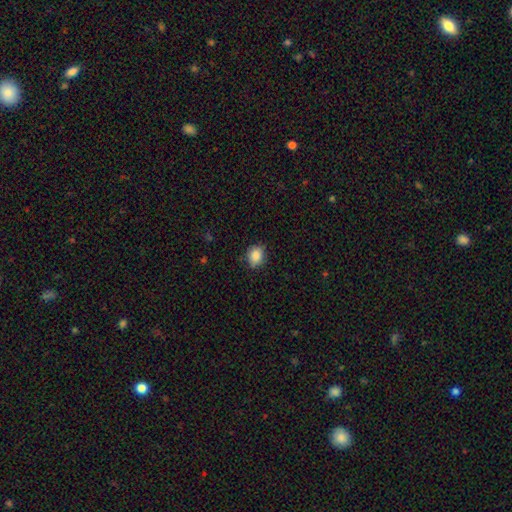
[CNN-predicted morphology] Smooth or featured? smooth (87%)
How rounded? round (58%)
Merging? none (80%)